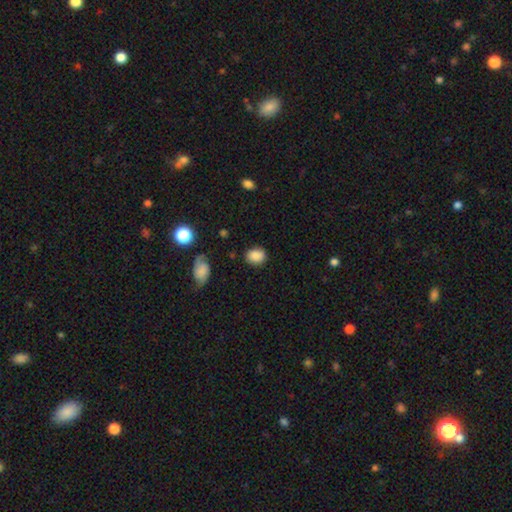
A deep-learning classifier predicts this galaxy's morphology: Smooth or featured?
  - smooth: 86% *
  - star or artifact: 9%
  - featured or disk: 5%
How rounded?
  - in between: 56% *
  - round: 43%
  - cigar-shaped: 1%
Merging?
  - none: 83% *
  - minor disturbance: 12%
  - major disturbance: 3%
  - merger: 2%